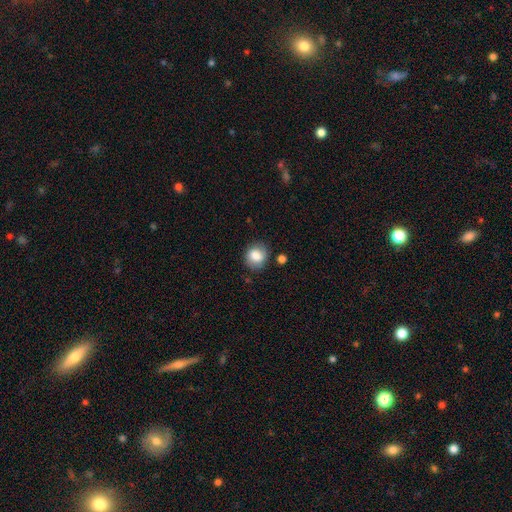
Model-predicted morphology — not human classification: This appears to be a smooth galaxy with no disk features (80%) that is round (73%). Merging: none (76%).